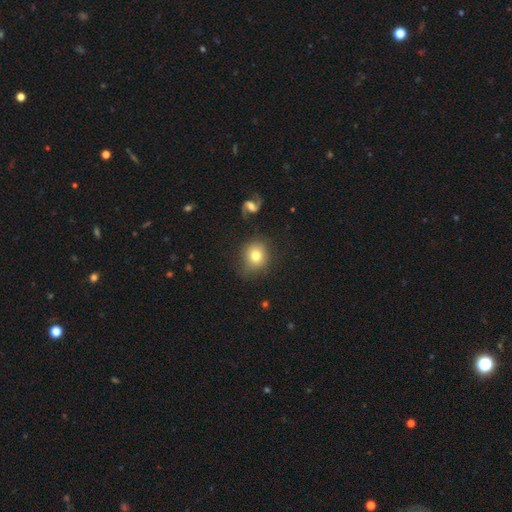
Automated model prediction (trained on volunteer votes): Smooth or featured? smooth (75%)
How rounded? round (77%)
Merging? none (74%)